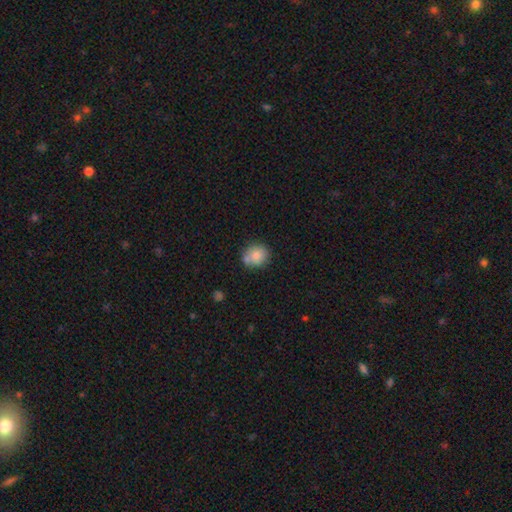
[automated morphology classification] The model was most divided on "merging": none: 65%, merger: 18%, minor disturbance: 13%, major disturbance: 3%. More confident: how rounded — round (83%); smooth or featured — smooth (81%).